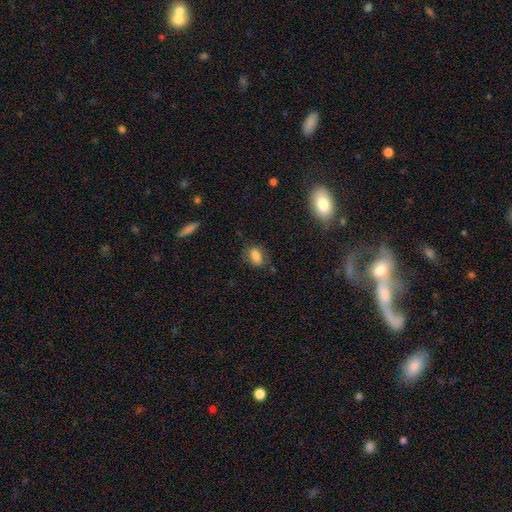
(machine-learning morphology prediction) The model was most divided on "merging": none: 68%, minor disturbance: 22%, major disturbance: 7%, merger: 2%. More confident: how rounded — in between (84%); smooth or featured — smooth (82%).